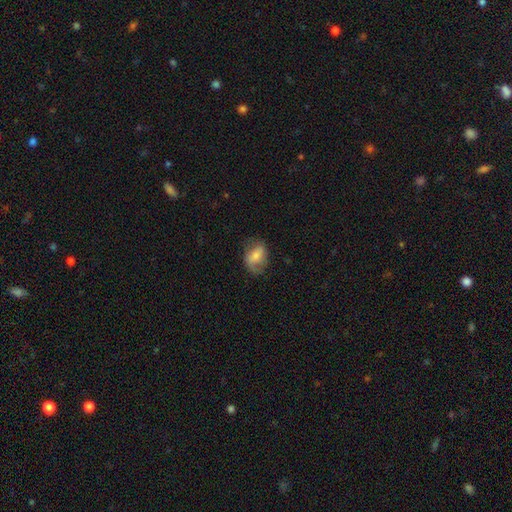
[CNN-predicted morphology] type=smooth (55%); roundness=in between (76%); merging=none (61%).